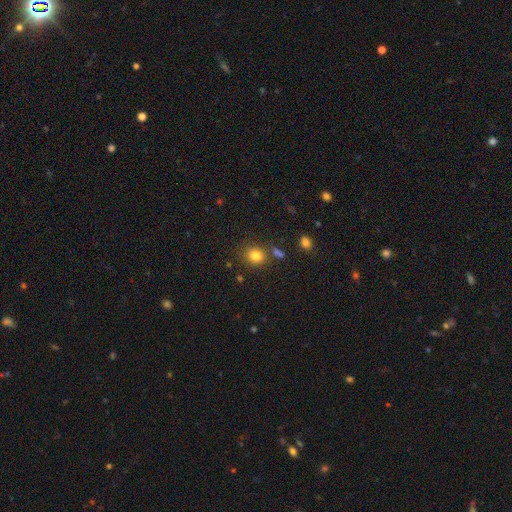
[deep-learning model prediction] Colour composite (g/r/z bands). It shows a smooth galaxy with no disk features (81%) that is round (73%). Merging: none (77%).